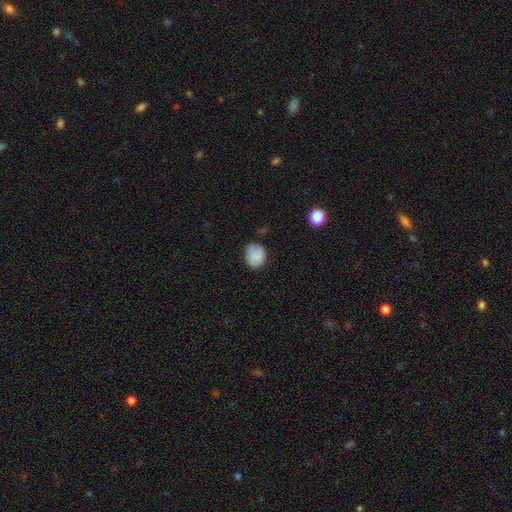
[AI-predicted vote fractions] This is likely a smooth galaxy (77%). How rounded: possibly round (55%). Merging: likely none (67%).